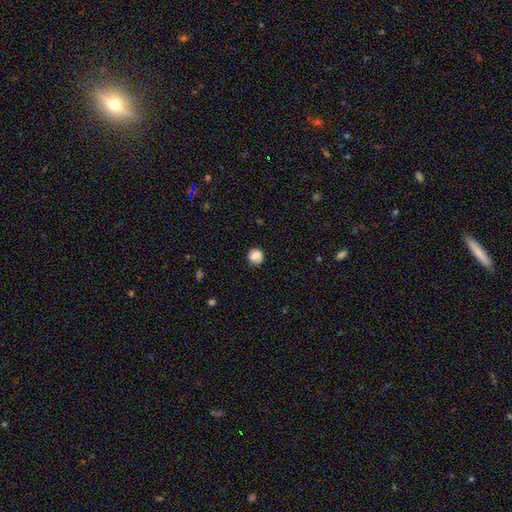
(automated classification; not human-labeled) smooth 82%, star or artifact 10%, featured or disk 9%. Down the decision tree: how rounded — round (87%); merging — none (80%).